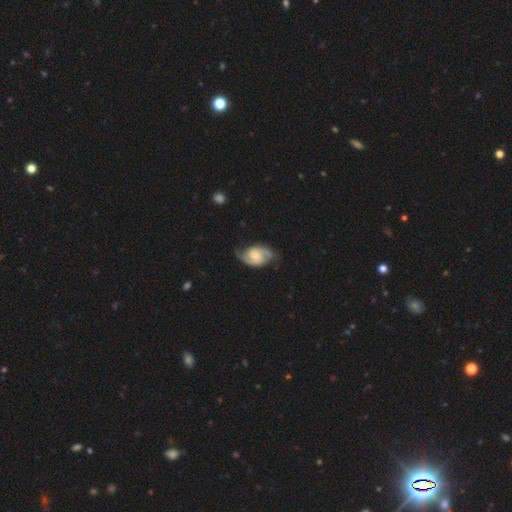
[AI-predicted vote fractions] Overall: featured or disk (82%). Edge-on disk: no (97%). Bar: no (65%; weak 29%). Spiral arms: yes (96%). Spiral arm count: 2 (91%). Spiral winding: medium (47%; tight 32%). Bulge size: small (49%; moderate 39%). Merging: none (74%).